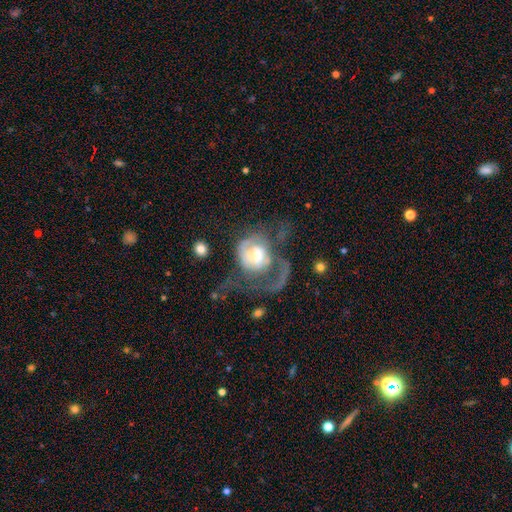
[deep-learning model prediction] Smooth or featured? Predicted: featured or disk (p=0.64). Edge-on disk? Predicted: no (p=0.97). Bar? Predicted: no (p=0.69). Spiral arms? Predicted: yes (p=0.67). Bulge size? Predicted: moderate (p=0.48). Merging? Predicted: major disturbance (p=0.63).